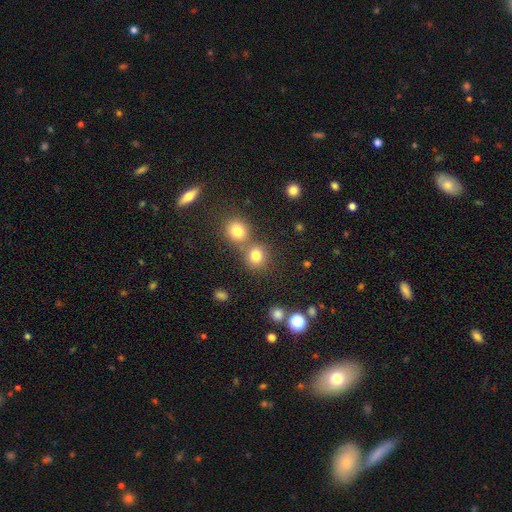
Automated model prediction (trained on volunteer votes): smooth_or_featured: smooth (p=0.78) [alt: star or artifact p=0.15]
how_rounded: round (p=0.85) [alt: in between p=0.14]
merging: none (p=0.58) [alt: merger p=0.31]